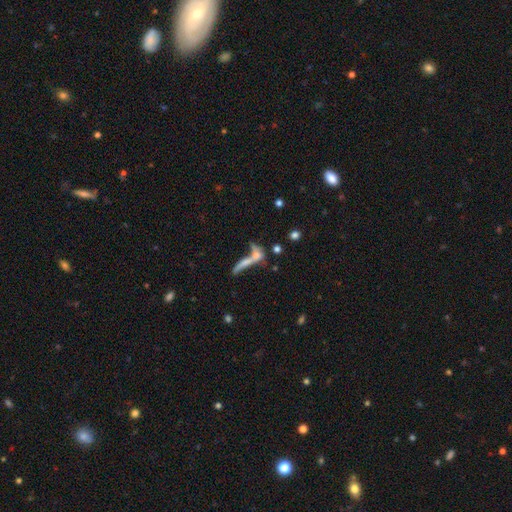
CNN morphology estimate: smooth 51%, featured or disk 35%, star or artifact 14%. Down the decision tree: how rounded — cigar-shaped (55%); merging — merger (49%).